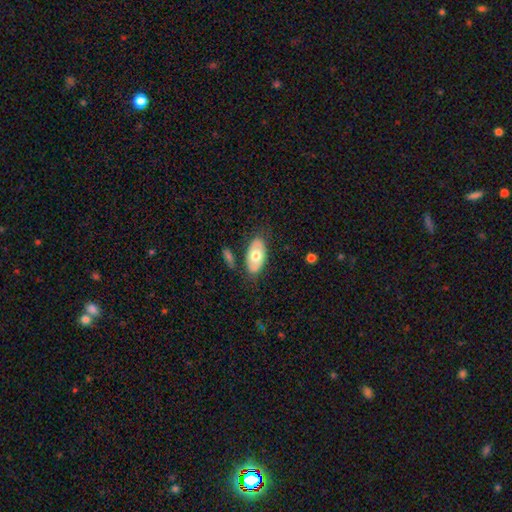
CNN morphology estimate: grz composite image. It shows a smooth galaxy with no disk features (65%) that is in between round and cigar-shaped (94%). Merging: none (76%).